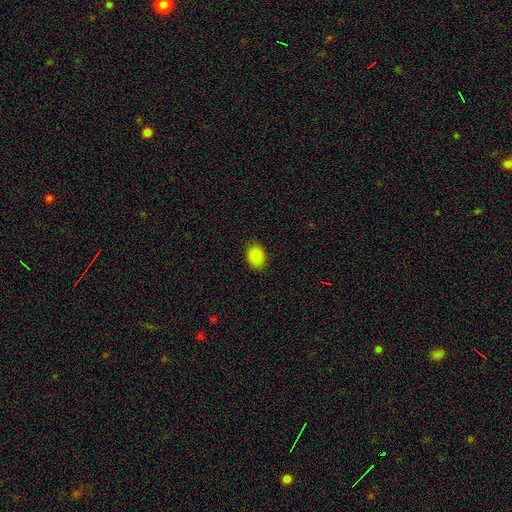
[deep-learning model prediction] The model was most divided on "how rounded": in between: 71%, round: 28%, cigar-shaped: 1%. More confident: smooth or featured — smooth (87%); merging — none (85%).